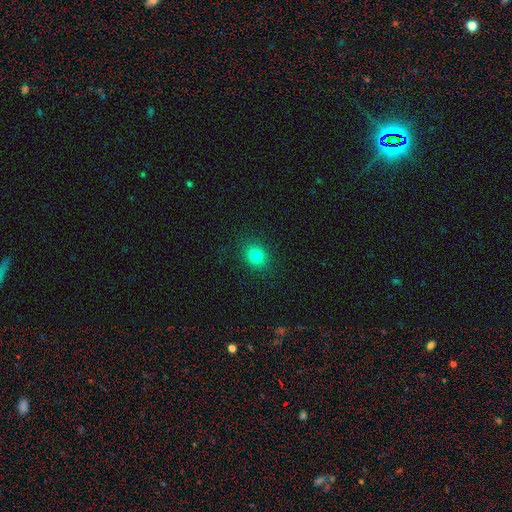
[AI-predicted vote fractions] smooth_or_featured: smooth (p=0.80) [alt: star or artifact p=0.13]
how_rounded: round (p=0.63) [alt: in between p=0.36]
merging: none (p=0.89) [alt: minor disturbance p=0.08]